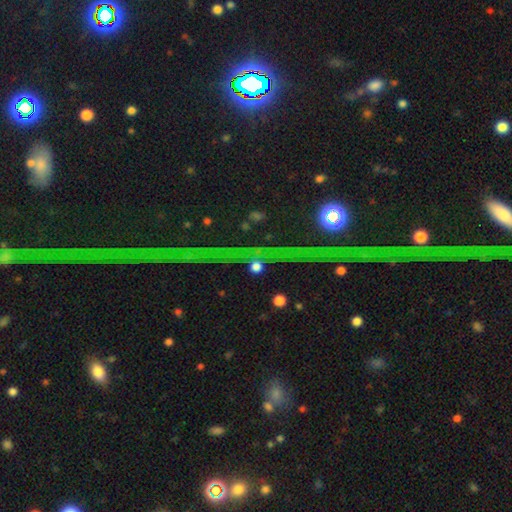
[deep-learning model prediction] smooth-or-featured: star or artifact: 76% | featured or disk: 14% | smooth: 11%